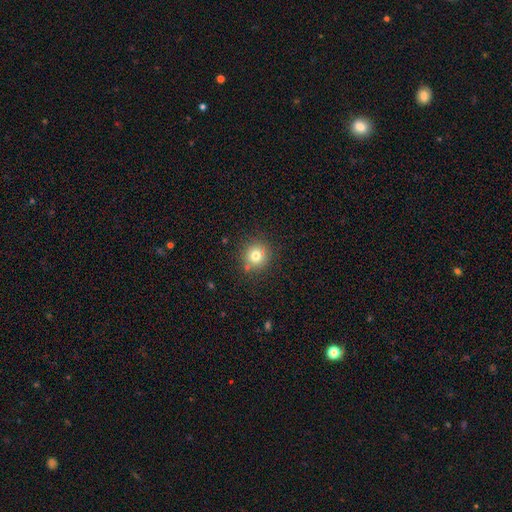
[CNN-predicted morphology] Q: Smooth or featured?
A: smooth (75%); runner-up: star or artifact (14%)
Q: How rounded?
A: round (92%); runner-up: in between (7%)
Q: Merging?
A: none (82%); runner-up: minor disturbance (11%)